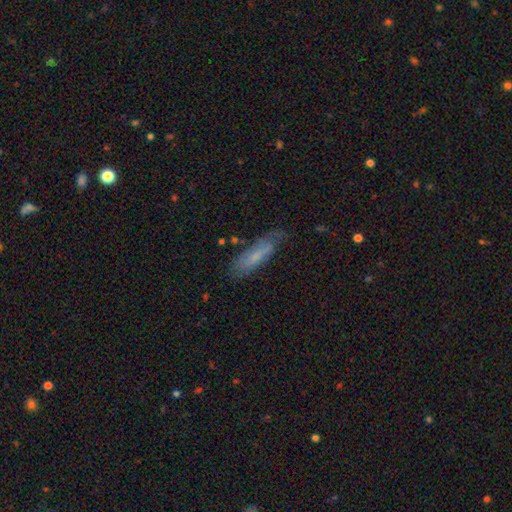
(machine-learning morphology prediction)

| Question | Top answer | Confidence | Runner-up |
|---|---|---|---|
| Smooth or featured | smooth | 61% | featured or disk (32%) |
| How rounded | cigar-shaped | 59% | in between (39%) |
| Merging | none | 64% | minor disturbance (25%) |